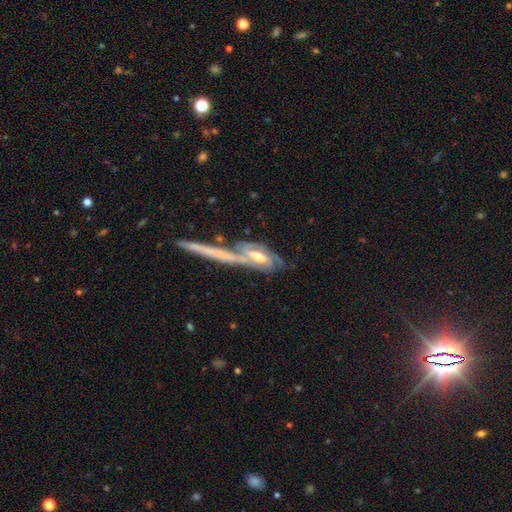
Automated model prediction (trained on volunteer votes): Morphology: type=featured or disk (78%); edge-on=no (72%); bar=no (40%); spiral arms=yes (85%); bulge=moderate (62%); merging=none (43%).